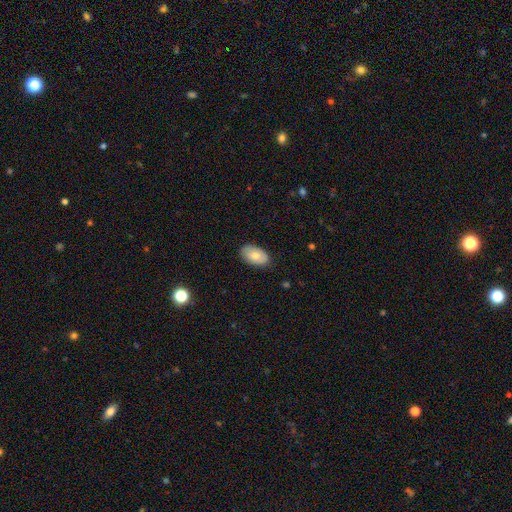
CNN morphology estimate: This is likely a smooth galaxy (75%). How rounded: clearly in between (93%). Merging: clearly none (84%).